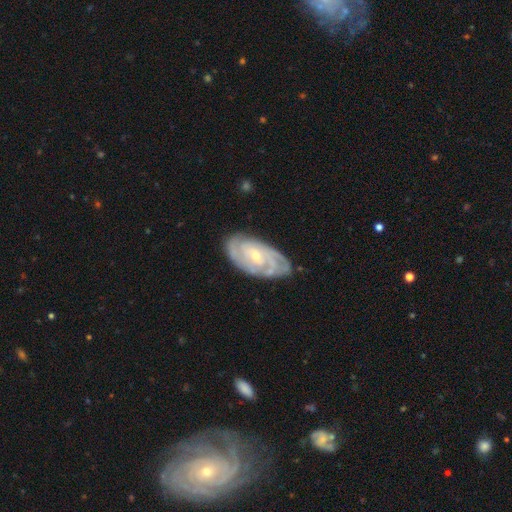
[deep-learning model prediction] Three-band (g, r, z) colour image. It shows a featured or disk galaxy (84%) with no bar (55%), tight (71%) spiral arms (95%) and a small central bulge (65%). Merging: none (78%).